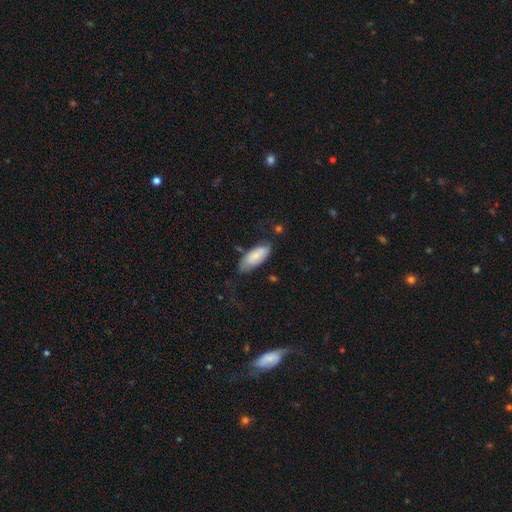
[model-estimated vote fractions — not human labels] This is likely a smooth galaxy (77%). How rounded: clearly in between (83%). Merging: likely none (65%).